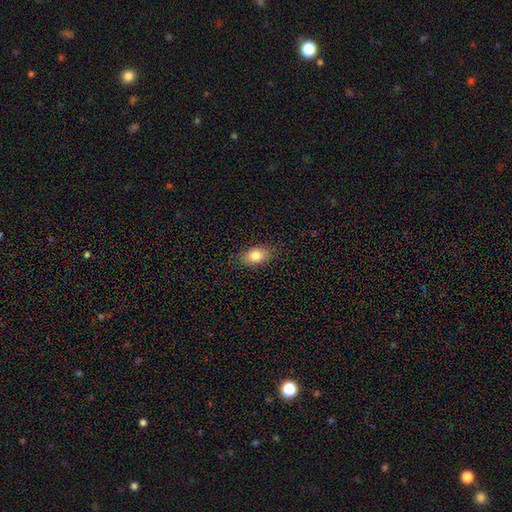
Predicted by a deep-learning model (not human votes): Smooth or featured? Predicted: smooth (p=0.82). How rounded? Predicted: in between (p=0.84). Merging? Predicted: none (p=0.85).